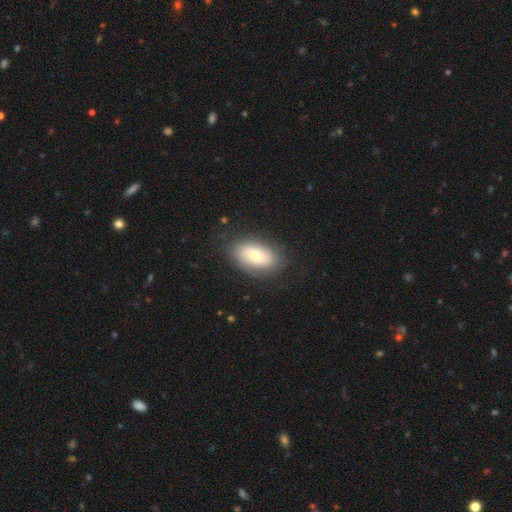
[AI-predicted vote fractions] smooth_or_featured: smooth (p=0.63) [alt: featured or disk p=0.30]
how_rounded: in between (p=0.91) [alt: round p=0.06]
merging: none (p=0.77) [alt: minor disturbance p=0.16]